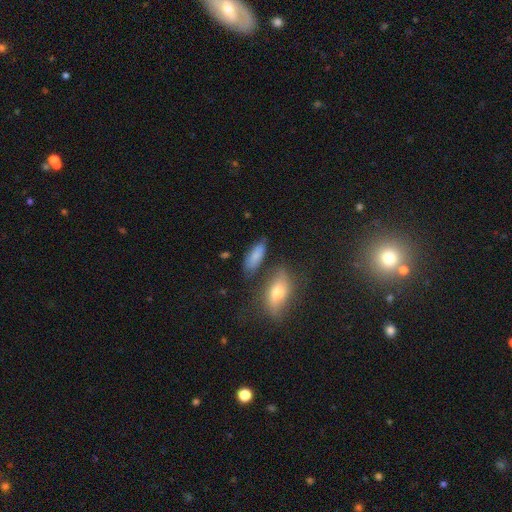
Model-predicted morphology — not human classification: smooth 78%, featured or disk 13%, star or artifact 9%. Down the decision tree: how rounded — in between (76%); merging — none (67%).